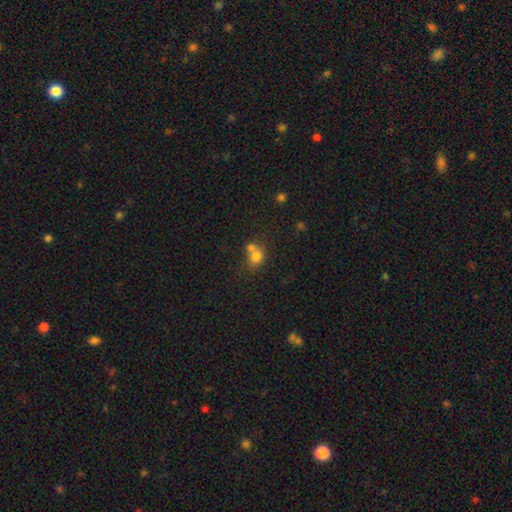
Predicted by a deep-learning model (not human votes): smooth-or-featured: smooth: 75% | featured or disk: 12% | star or artifact: 12%
  how-rounded: round: 61% | in between: 38% | cigar-shaped: 1%
  merging: merger: 51% | none: 34% | minor disturbance: 10% | major disturbance: 5%